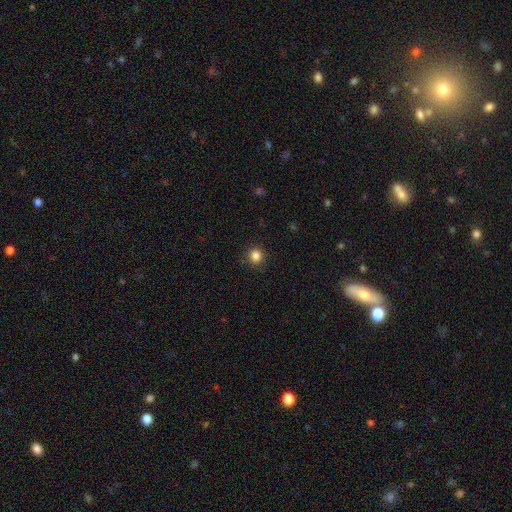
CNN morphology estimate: type=smooth (84%); roundness=round (89%); merging=none (90%).